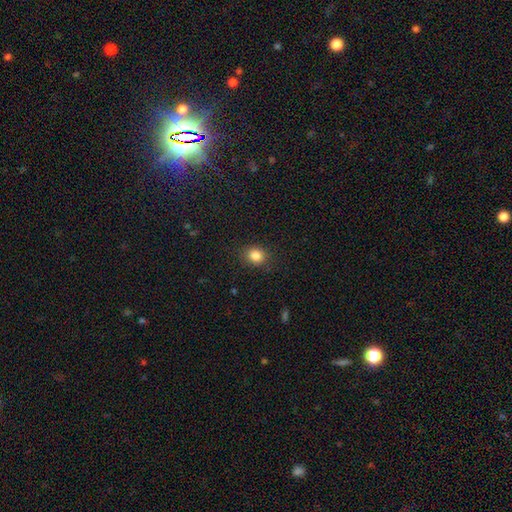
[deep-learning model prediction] smooth-or-featured: smooth: 84% | star or artifact: 11% | featured or disk: 5%
  how-rounded: round: 71% | in between: 28% | cigar-shaped: 1%
  merging: none: 88% | minor disturbance: 9% | major disturbance: 3% | merger: 1%